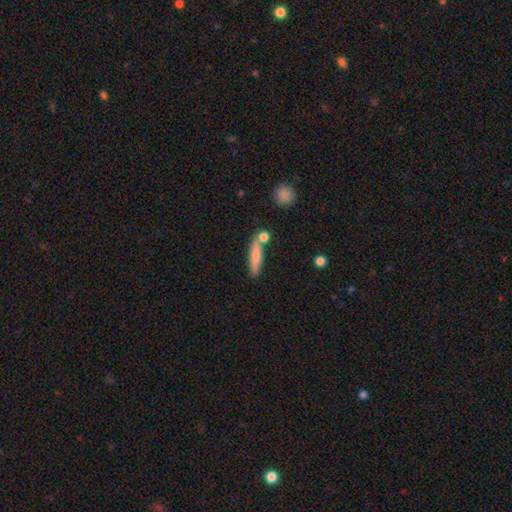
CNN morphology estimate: Q: Smooth or featured?
A: smooth (71%); runner-up: featured or disk (22%)
Q: How rounded?
A: cigar-shaped (81%); runner-up: in between (16%)
Q: Merging?
A: none (69%); runner-up: merger (15%)